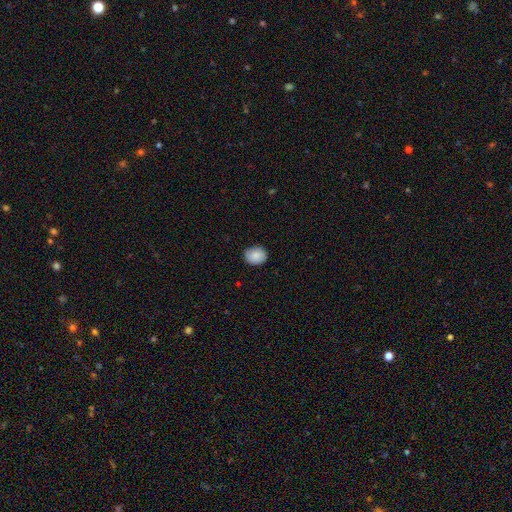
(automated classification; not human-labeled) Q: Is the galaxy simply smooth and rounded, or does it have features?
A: smooth — 86%.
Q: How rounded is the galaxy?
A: round — 57%.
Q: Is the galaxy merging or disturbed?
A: none — 85%.